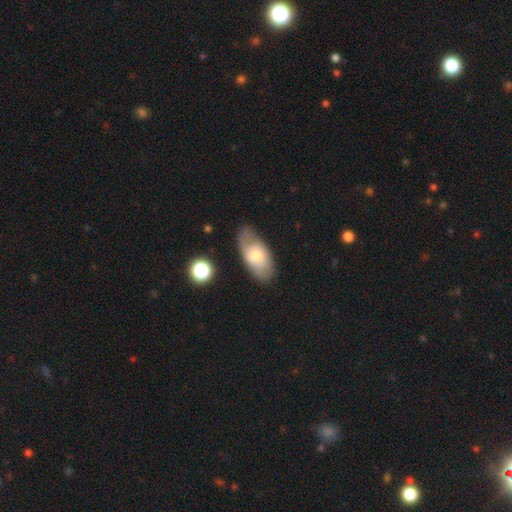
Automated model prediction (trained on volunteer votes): smooth 53%, featured or disk 40%, star or artifact 7%. Down the decision tree: how rounded — in between (90%); merging — none (67%).